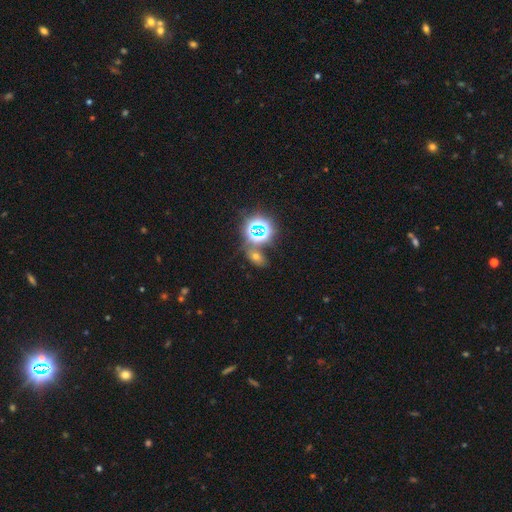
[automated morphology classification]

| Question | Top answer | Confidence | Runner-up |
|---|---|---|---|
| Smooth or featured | star or artifact | 50% | smooth (37%) |